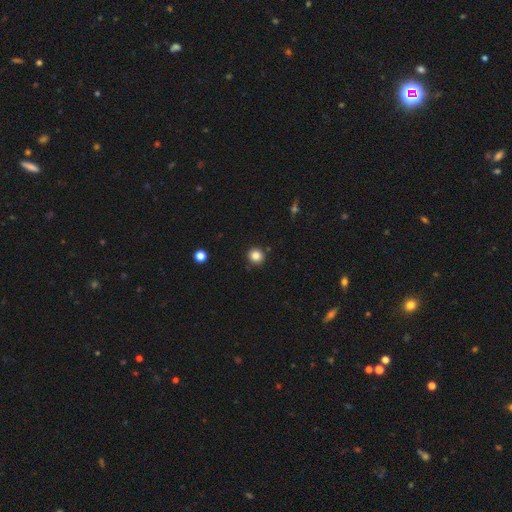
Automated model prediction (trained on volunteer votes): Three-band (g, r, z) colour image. It shows a smooth galaxy with no disk features (84%) that is round (93%). Merging: none (89%).